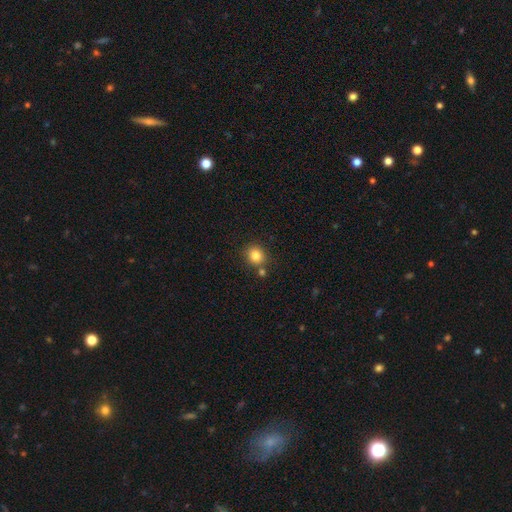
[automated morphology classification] The model was most divided on "merging": none: 74%, merger: 13%, minor disturbance: 10%, major disturbance: 3%. More confident: smooth or featured — smooth (83%); how rounded — round (81%).